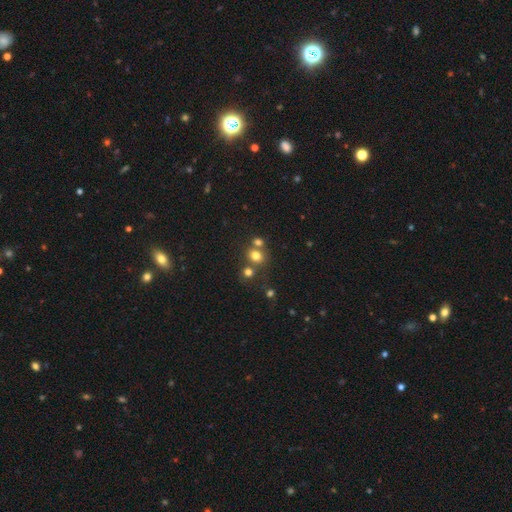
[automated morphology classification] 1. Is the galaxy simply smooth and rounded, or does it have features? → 73% smooth, 17% star or artifact, 10% featured or disk.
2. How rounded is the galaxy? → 73% round, 26% in between, 1% cigar-shaped.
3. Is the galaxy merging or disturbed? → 55% none, 32% merger, 9% minor disturbance, 4% major disturbance.